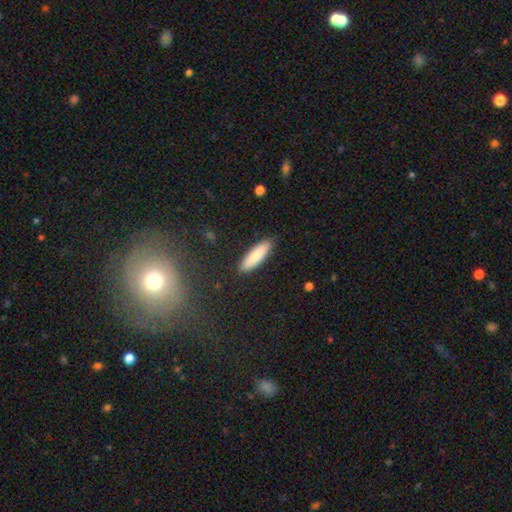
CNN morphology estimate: type=smooth (84%); roundness=cigar-shaped (53%); merging=none (88%).